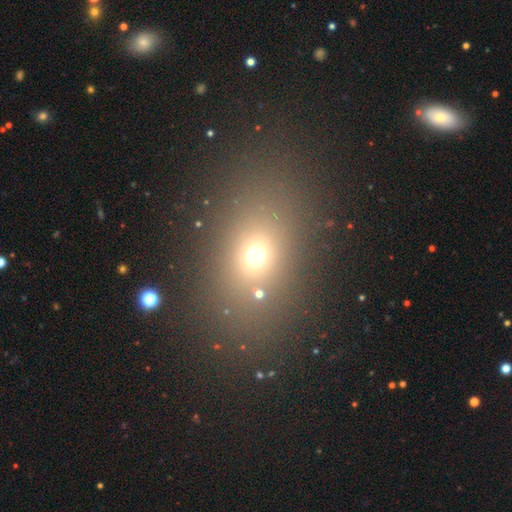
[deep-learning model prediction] smooth-or-featured: smooth: 63% | star or artifact: 25% | featured or disk: 12%
  how-rounded: in between: 58% | round: 39% | cigar-shaped: 3%
  merging: none: 76% | minor disturbance: 11% | major disturbance: 7% | merger: 5%